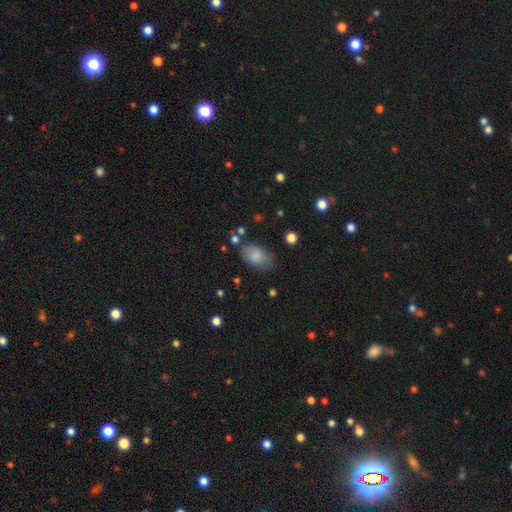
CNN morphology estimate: smooth 81%, featured or disk 11%, star or artifact 8%. Down the decision tree: how rounded — in between (91%); merging — none (68%).